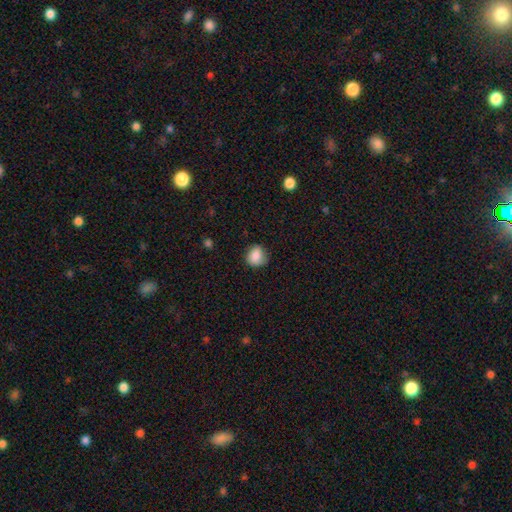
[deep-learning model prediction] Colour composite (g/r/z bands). It shows a smooth galaxy with no disk features (85%) that is round (72%). Merging: none (71%).